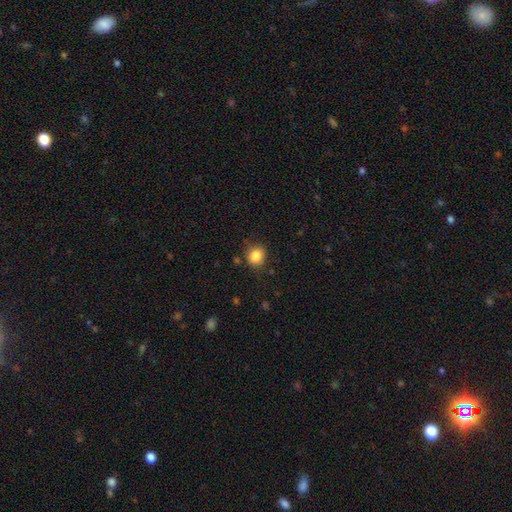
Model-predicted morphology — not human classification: Smooth or featured? Predicted: smooth (p=0.86). How rounded? Predicted: round (p=0.67). Merging? Predicted: none (p=0.79).